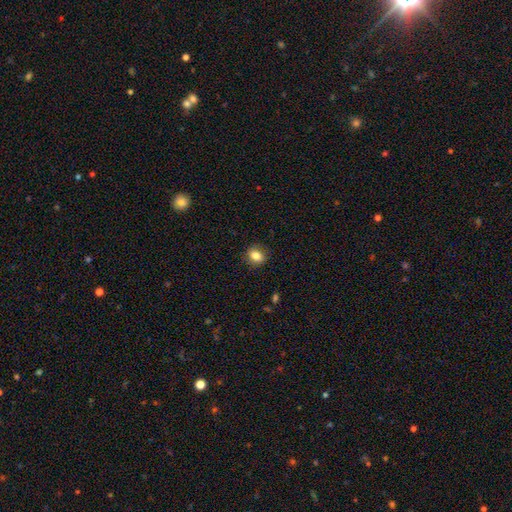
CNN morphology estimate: smooth_or_featured: smooth (p=0.83) [alt: star or artifact p=0.10]
how_rounded: round (p=0.51) [alt: in between p=0.48]
merging: none (p=0.86) [alt: minor disturbance p=0.11]